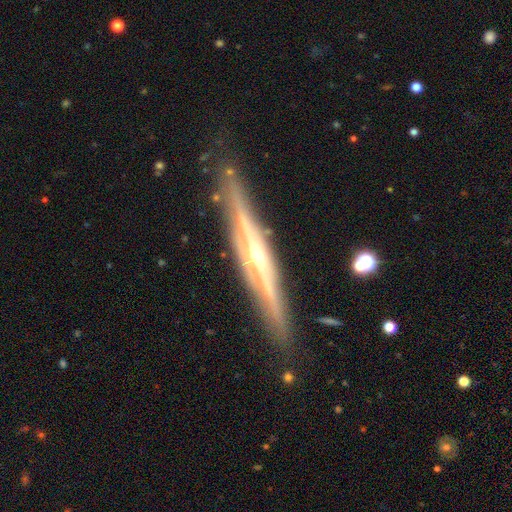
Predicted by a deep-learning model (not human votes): smooth_or_featured: featured or disk (p=0.85) [alt: smooth p=0.09]
disk_edge_on: yes (p=0.97) [alt: no p=0.03]
edge_on_bulge: rounded (p=0.78) [alt: none p=0.12]
merging: none (p=0.86) [alt: minor disturbance p=0.10]